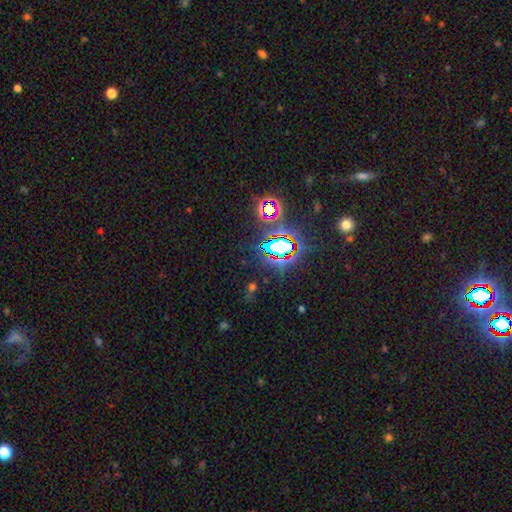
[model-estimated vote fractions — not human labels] Overall: star or artifact (79%).